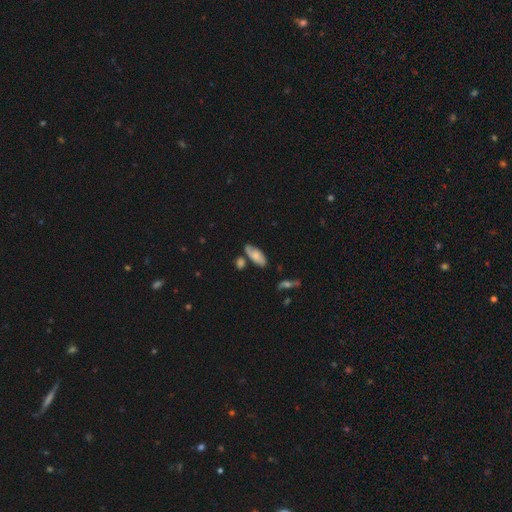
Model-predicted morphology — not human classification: Smooth or featured? smooth (57%)
How rounded? in between (83%)
Merging? none (62%)